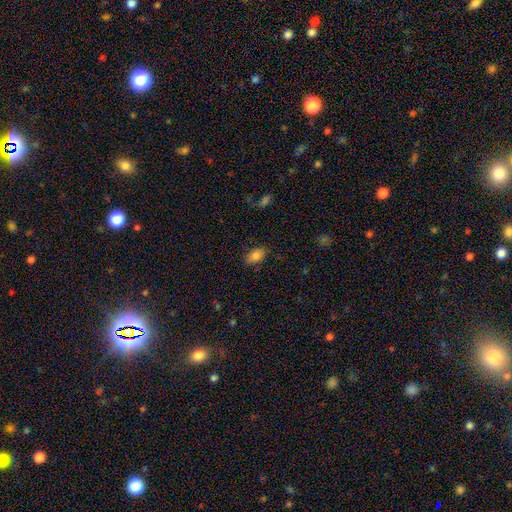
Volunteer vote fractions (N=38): A smooth galaxy with no disk features (87%) that is in between round and cigar-shaped (94%). Merging: none (84%).